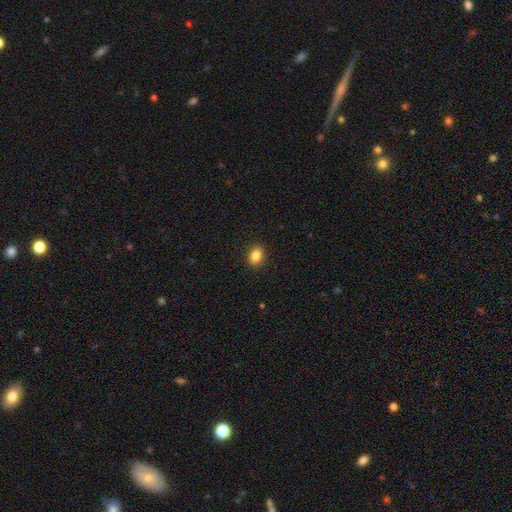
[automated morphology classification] smooth_or_featured: smooth (p=0.85) [alt: star or artifact p=0.09]
how_rounded: in between (p=0.69) [alt: round p=0.29]
merging: none (p=0.91) [alt: minor disturbance p=0.07]